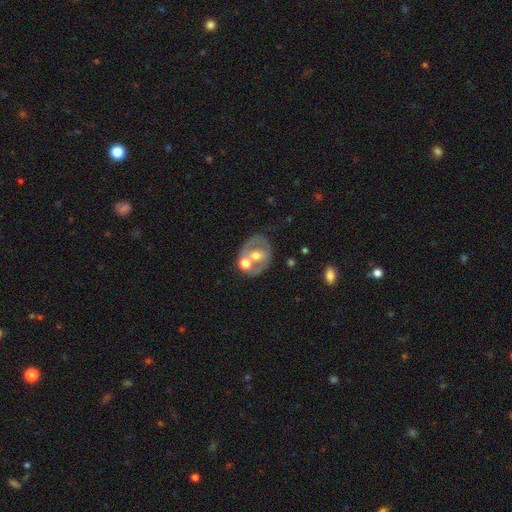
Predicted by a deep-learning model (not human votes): Q: Smooth or featured?
A: featured or disk (58%); runner-up: smooth (34%)
Q: Edge-on disk?
A: no (95%); runner-up: yes (5%)
Q: Bar?
A: no (58%); runner-up: weak (26%)
Q: Spiral arms?
A: no (75%); runner-up: yes (25%)
Q: Bulge size?
A: moderate (72%); runner-up: small (14%)
Q: Merging?
A: none (50%); runner-up: merger (29%)